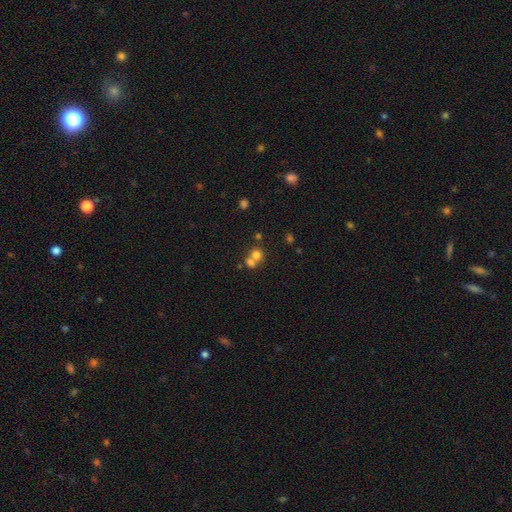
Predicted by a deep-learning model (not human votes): The model was most divided on "merging": merger: 53%, none: 39%, minor disturbance: 5%, major disturbance: 3%. More confident: how rounded — round (82%); smooth or featured — smooth (71%).